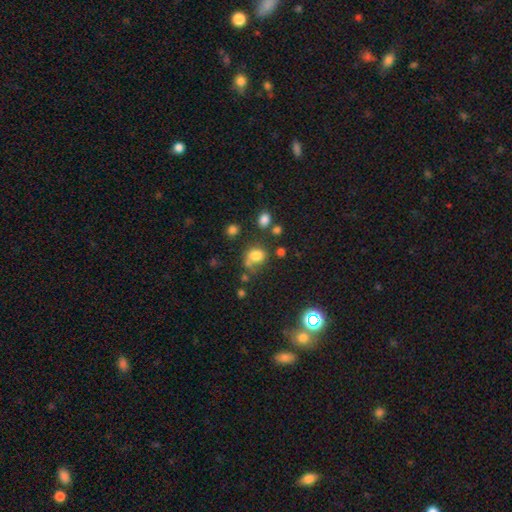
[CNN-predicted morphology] A smooth galaxy with no disk features (74%) that is round (60%).

Vote fractions:
- Smooth or featured? smooth: 74% / star or artifact: 15% / featured or disk: 12%
- How rounded? round: 60% / in between: 39% / cigar-shaped: 1%
- Merging? none: 45% / minor disturbance: 20% / merger: 20% / major disturbance: 15%